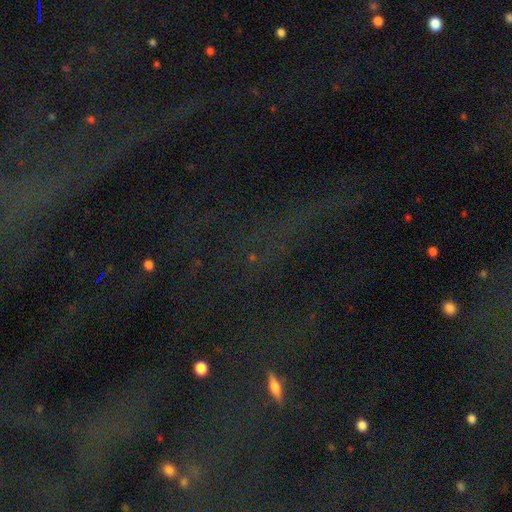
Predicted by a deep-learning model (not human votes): Smooth or featured: star or artifact — 69% (smooth — 17%)